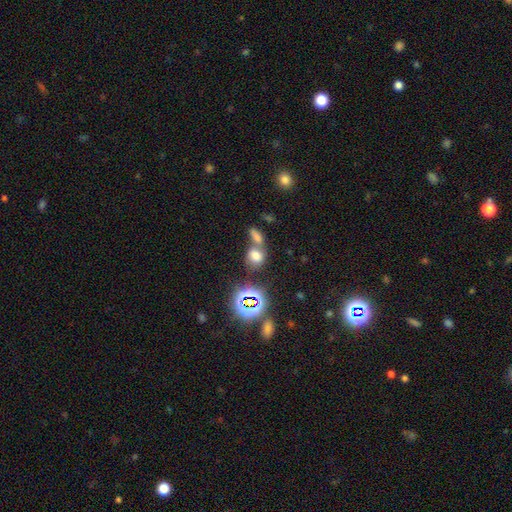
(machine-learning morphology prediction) Smooth or featured?
  - smooth: 66% *
  - star or artifact: 24%
  - featured or disk: 11%
How rounded?
  - round: 56% *
  - in between: 42%
  - cigar-shaped: 2%
Merging?
  - none: 43% * (tied)
  - merger: 43% * (tied)
  - minor disturbance: 9%
  - major disturbance: 5%